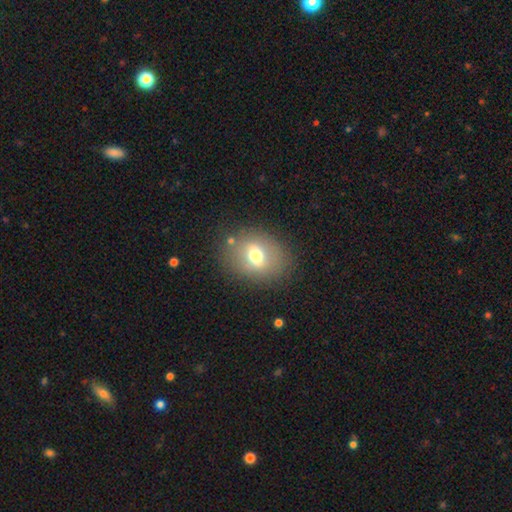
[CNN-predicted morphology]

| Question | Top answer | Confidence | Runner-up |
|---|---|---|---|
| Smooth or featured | smooth | 61% | featured or disk (28%) |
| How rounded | in between | 56% | round (43%) |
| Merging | none | 80% | minor disturbance (12%) |